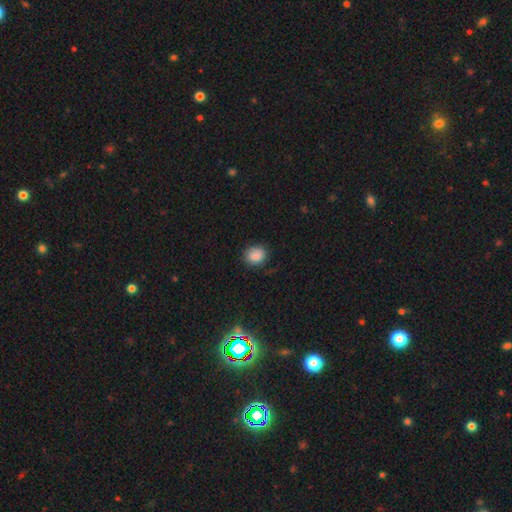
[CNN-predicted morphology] Smooth or featured? smooth (86%)
How rounded? round (69%)
Merging? none (82%)